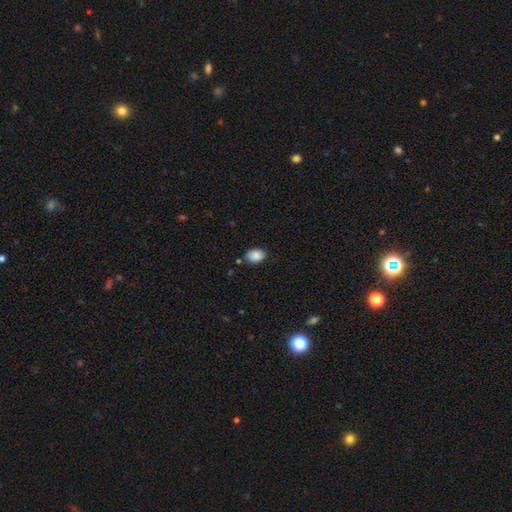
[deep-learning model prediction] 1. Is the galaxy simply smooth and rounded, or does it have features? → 88% smooth, 8% star or artifact, 4% featured or disk.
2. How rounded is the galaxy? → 76% in between, 23% round, 1% cigar-shaped.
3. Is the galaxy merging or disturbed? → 80% none, 15% minor disturbance, 3% merger, 3% major disturbance.